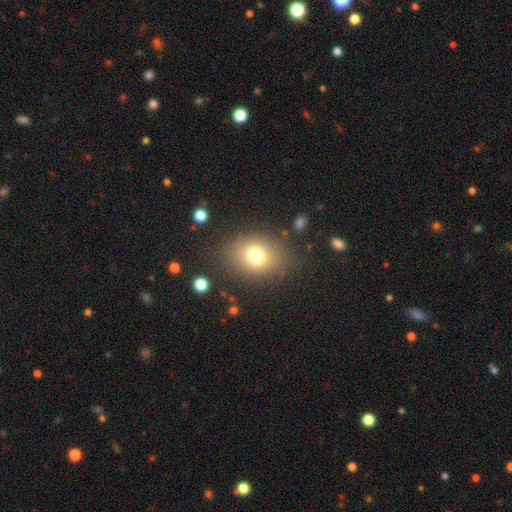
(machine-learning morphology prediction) Smooth or featured? smooth (74%)
How rounded? in between (50%)
Merging? none (79%)